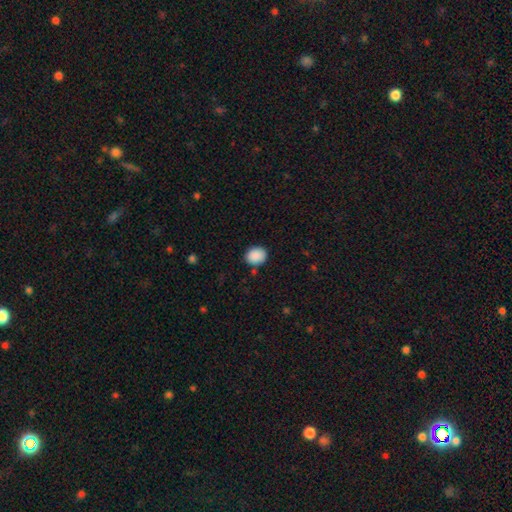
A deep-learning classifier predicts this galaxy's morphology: This appears to be a smooth galaxy with no disk features (89%) that is round (63%). Merging: none (85%).